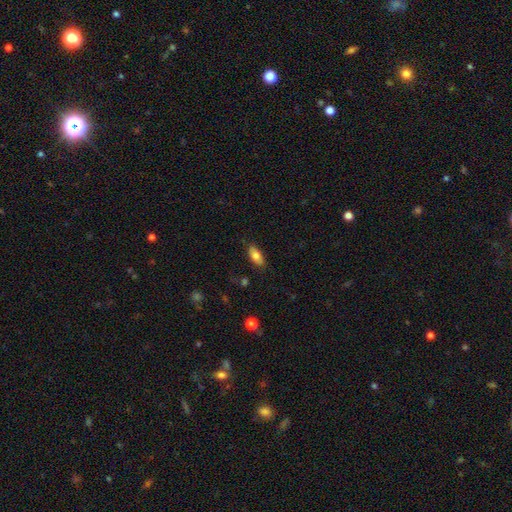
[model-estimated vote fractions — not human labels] This is likely a smooth galaxy (78%). How rounded: clearly in between (85%). Merging: clearly none (83%).